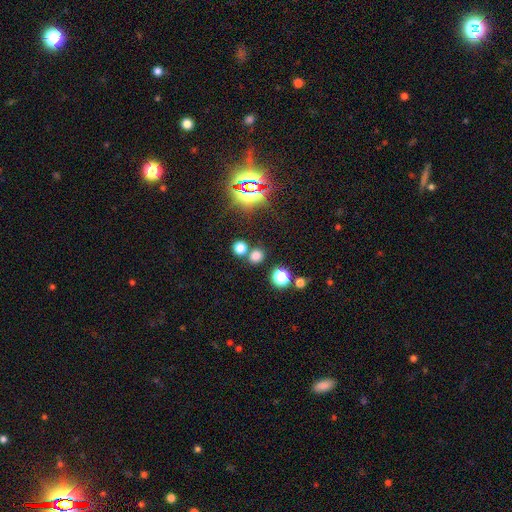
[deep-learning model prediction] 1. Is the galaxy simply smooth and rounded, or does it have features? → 67% smooth, 27% star or artifact, 6% featured or disk.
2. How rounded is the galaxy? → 82% round, 16% in between, 1% cigar-shaped.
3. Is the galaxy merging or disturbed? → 70% none, 20% merger, 7% minor disturbance, 3% major disturbance.